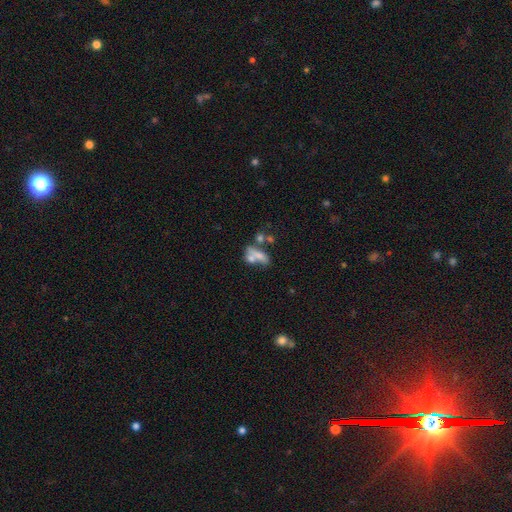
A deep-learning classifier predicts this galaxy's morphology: Overall: smooth (57%; featured or disk 31%). How rounded: in between (73%). Merging: merger (50%; none 25%).